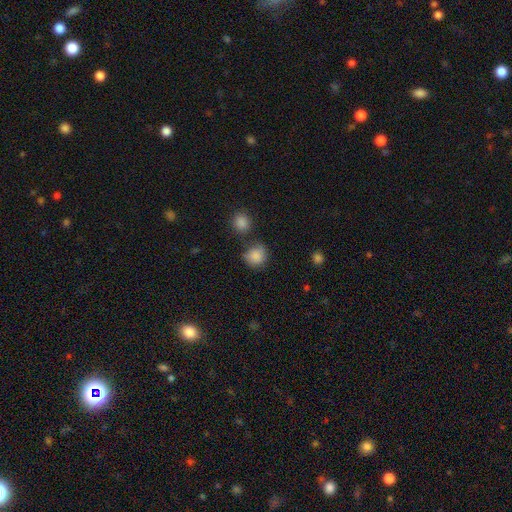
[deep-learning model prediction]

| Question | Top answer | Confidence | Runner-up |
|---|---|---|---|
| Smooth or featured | smooth | 86% | star or artifact (10%) |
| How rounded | round | 83% | in between (16%) |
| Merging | none | 64% | minor disturbance (18%) |